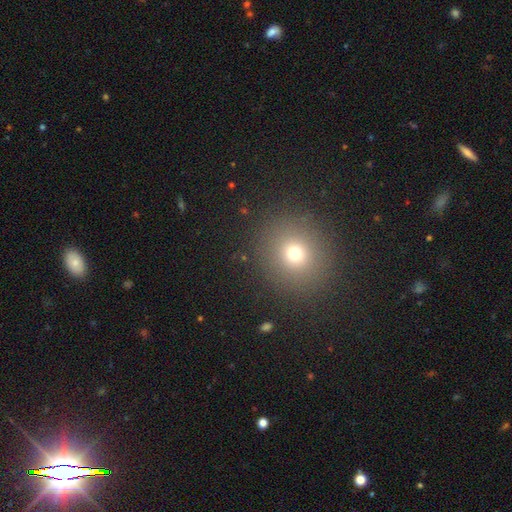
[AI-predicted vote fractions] Smooth or featured? smooth (61%)
How rounded? round (90%)
Merging? none (92%)